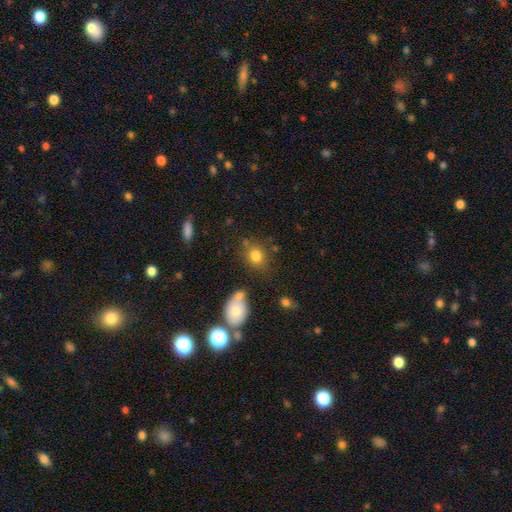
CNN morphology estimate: smooth-or-featured: smooth: 79% | star or artifact: 12% | featured or disk: 9%
  how-rounded: round: 58% | in between: 41% | cigar-shaped: 1%
  merging: none: 70% | minor disturbance: 14% | merger: 12% | major disturbance: 5%